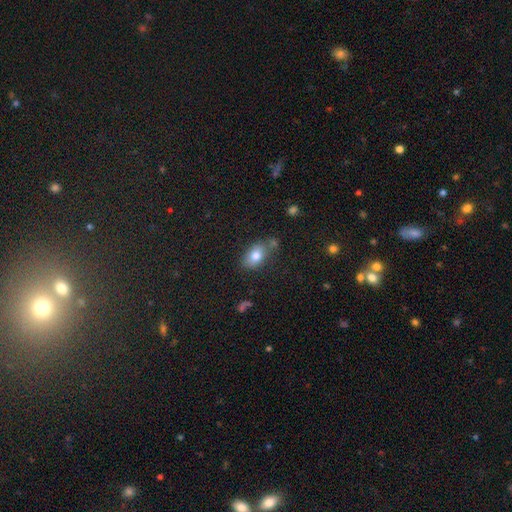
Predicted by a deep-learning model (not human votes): Q: Smooth or featured?
A: smooth (79%); runner-up: featured or disk (13%)
Q: How rounded?
A: in between (86%); runner-up: round (12%)
Q: Merging?
A: none (65%); runner-up: minor disturbance (19%)